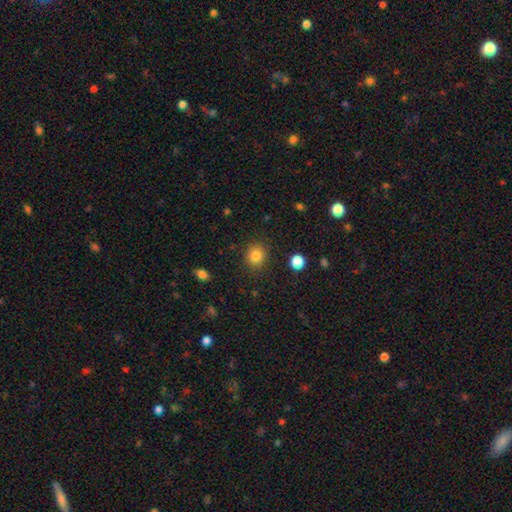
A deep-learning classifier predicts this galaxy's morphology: smooth_or_featured: smooth (p=0.83) [alt: star or artifact p=0.11]
how_rounded: round (p=0.79) [alt: in between p=0.20]
merging: none (p=0.88) [alt: minor disturbance p=0.08]